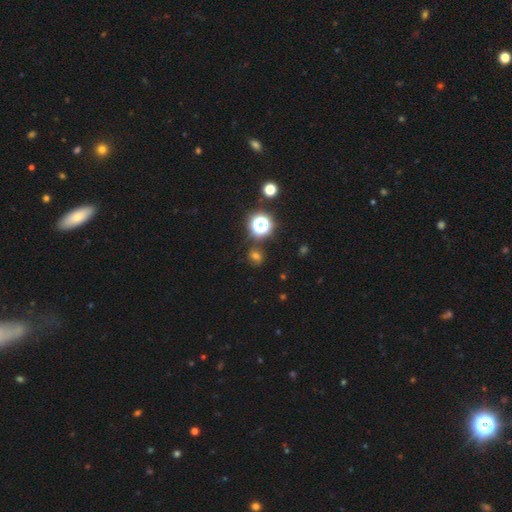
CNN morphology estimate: This appears to be a smooth galaxy with no disk features (55%) that is round (61%). Merging: none (75%).